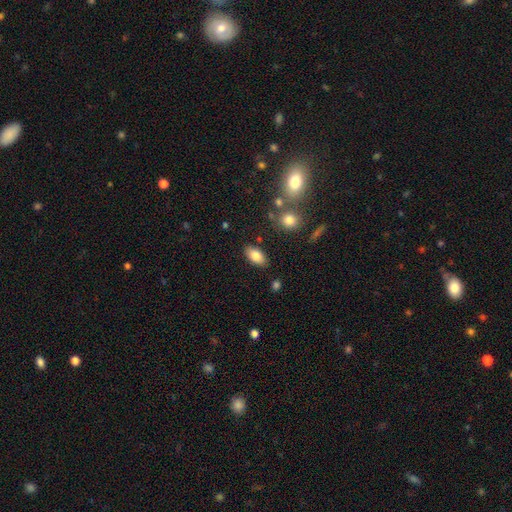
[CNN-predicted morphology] Overall: smooth (82%). How rounded: in between (92%). Merging: none (85%).